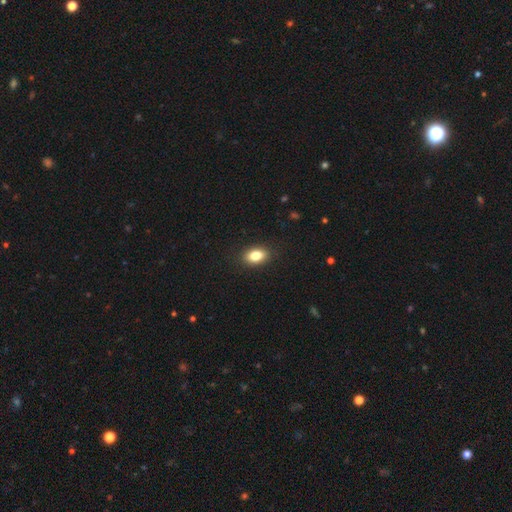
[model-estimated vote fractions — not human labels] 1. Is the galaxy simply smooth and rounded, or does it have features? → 83% smooth, 8% featured or disk, 8% star or artifact.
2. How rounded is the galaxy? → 86% in between, 11% round, 2% cigar-shaped.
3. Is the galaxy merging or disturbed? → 89% none, 8% minor disturbance, 2% major disturbance, 1% merger.